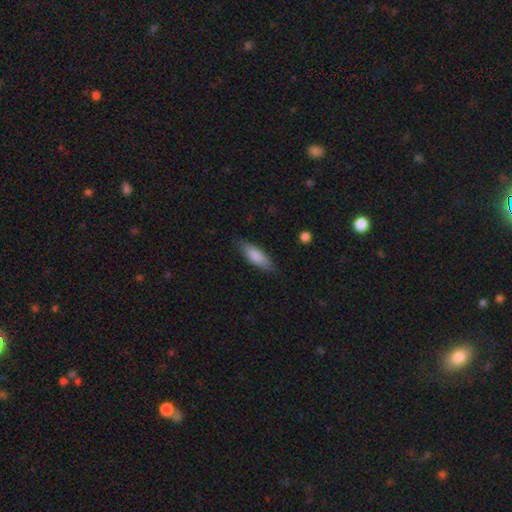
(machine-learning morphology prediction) Smooth or featured? smooth (82%)
How rounded? in between (61%)
Merging? none (80%)